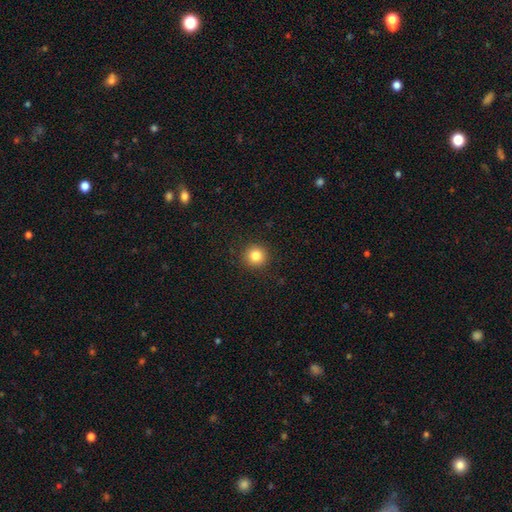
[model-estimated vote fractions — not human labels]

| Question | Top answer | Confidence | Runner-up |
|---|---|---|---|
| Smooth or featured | smooth | 83% | star or artifact (11%) |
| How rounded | round | 94% | in between (5%) |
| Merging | none | 92% | minor disturbance (5%) |